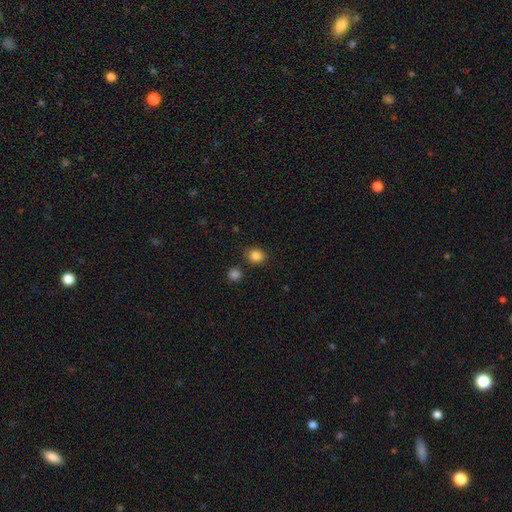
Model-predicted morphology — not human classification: This is clearly a smooth galaxy (85%). How rounded: likely round (73%). Merging: clearly none (83%).